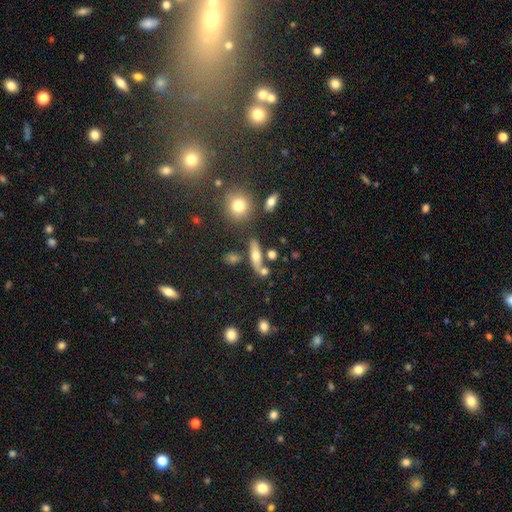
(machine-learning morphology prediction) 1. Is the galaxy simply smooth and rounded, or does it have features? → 56% smooth, 33% featured or disk, 11% star or artifact.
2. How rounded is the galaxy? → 49% cigar-shaped, 43% in between, 8% round.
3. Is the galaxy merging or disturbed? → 63% none, 17% merger, 14% minor disturbance, 6% major disturbance.